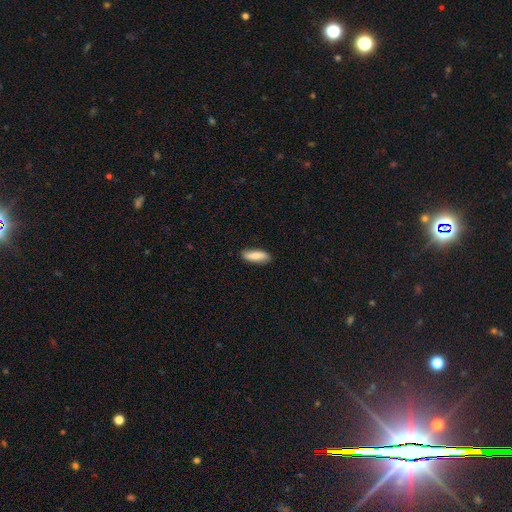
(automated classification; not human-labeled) Morphology: type=smooth (82%); roundness=in between (56%); merging=none (85%).